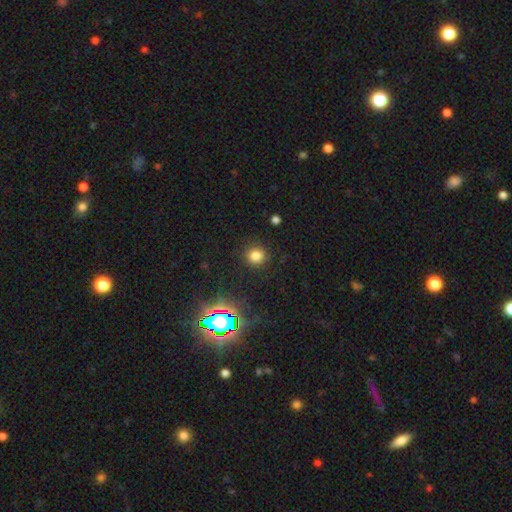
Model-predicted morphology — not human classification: This is likely a smooth galaxy (76%). How rounded: clearly round (88%). Merging: clearly none (88%).